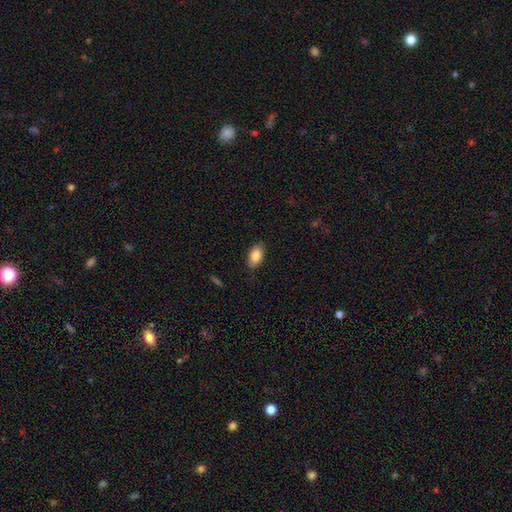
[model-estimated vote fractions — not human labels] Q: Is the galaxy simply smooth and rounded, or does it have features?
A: smooth — 85%.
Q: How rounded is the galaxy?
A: in between — 93%.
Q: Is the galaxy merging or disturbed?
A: none — 85%.